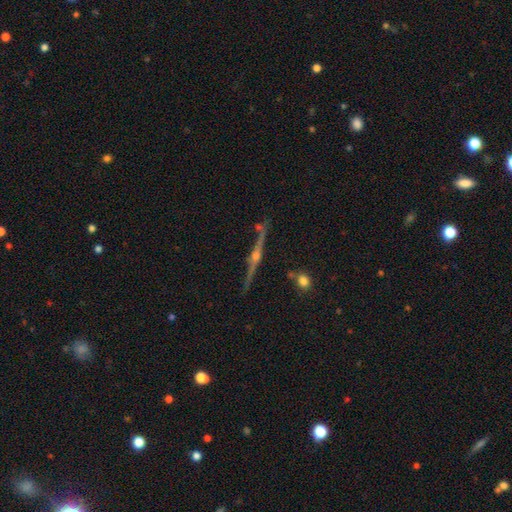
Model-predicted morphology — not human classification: Smooth or featured? featured or disk (88%)
Edge-on disk? yes (98%)
Edge-on bulge? rounded (92%)
Merging? none (86%)